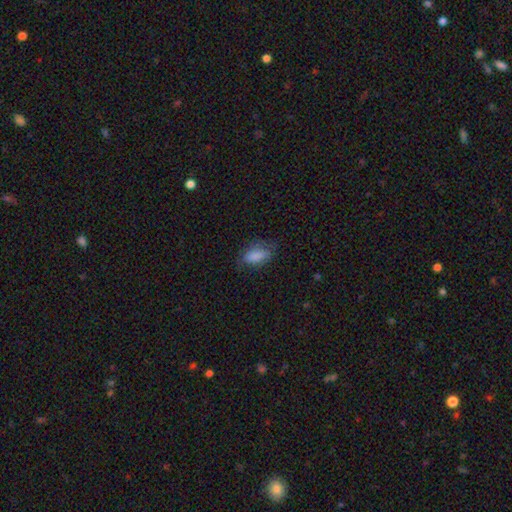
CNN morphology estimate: Smooth or featured? Predicted: smooth (p=0.80). How rounded? Predicted: in between (p=0.86). Merging? Predicted: none (p=0.59).